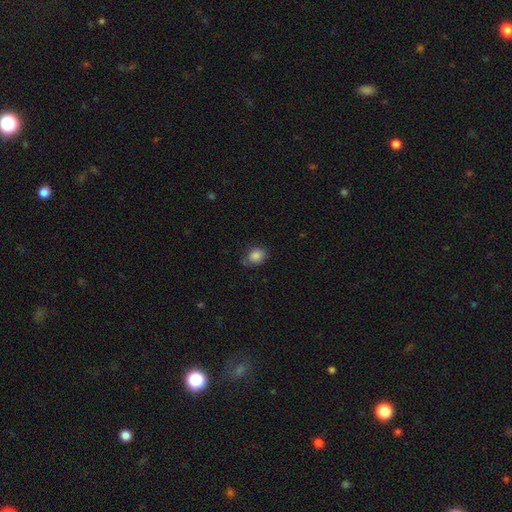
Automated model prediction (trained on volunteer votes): Morphology: type=smooth (85%); roundness=in between (59%); merging=none (69%).